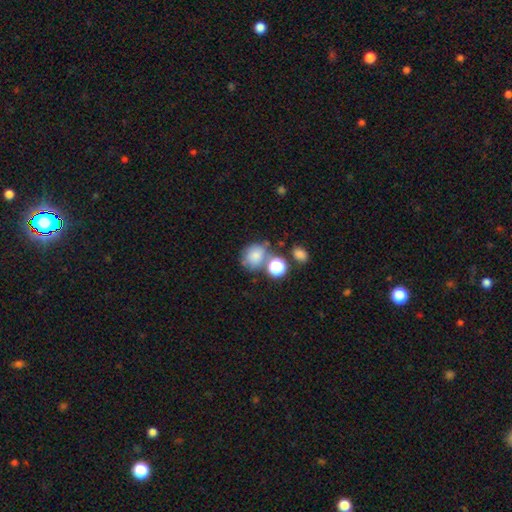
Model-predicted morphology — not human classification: Smooth or featured: smooth — 74% (star or artifact — 13%)
How rounded: round — 61% (in between — 38%)
Merging: none — 50% (merger — 25%)